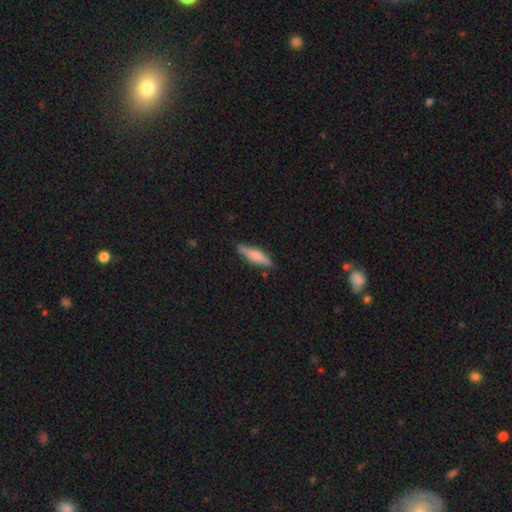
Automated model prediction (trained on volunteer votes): A smooth galaxy with no disk features (65%) that is cigar-shaped (70%).

Vote fractions:
- Smooth or featured? smooth: 65% / featured or disk: 29% / star or artifact: 6%
- How rounded? cigar-shaped: 70% / in between: 28% / round: 2%
- Merging? none: 73% / minor disturbance: 21% / major disturbance: 4% / merger: 2%